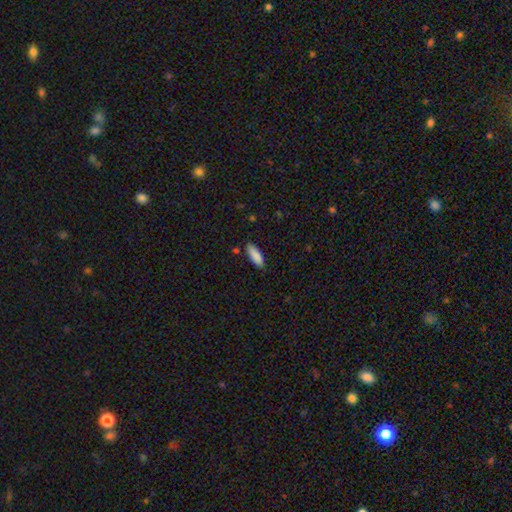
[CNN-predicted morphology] smooth-or-featured: smooth: 89% | star or artifact: 6% | featured or disk: 5%
  how-rounded: in between: 66% | cigar-shaped: 33% | round: 2%
  merging: none: 83% | minor disturbance: 12% | major disturbance: 2% | merger: 2%